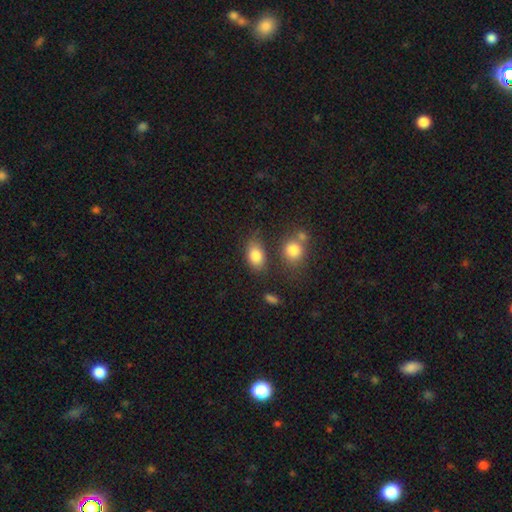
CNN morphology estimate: This is clearly a smooth galaxy (84%). How rounded: clearly in between (84%). Merging: likely none (67%).